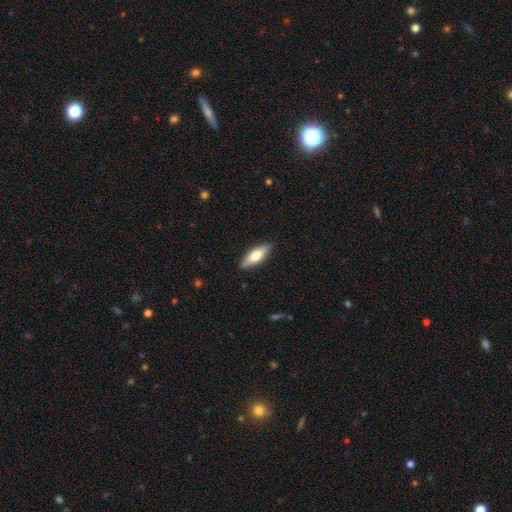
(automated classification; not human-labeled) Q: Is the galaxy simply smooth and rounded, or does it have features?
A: smooth — 59%.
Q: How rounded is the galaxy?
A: in between — 56%.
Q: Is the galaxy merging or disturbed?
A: none — 87%.